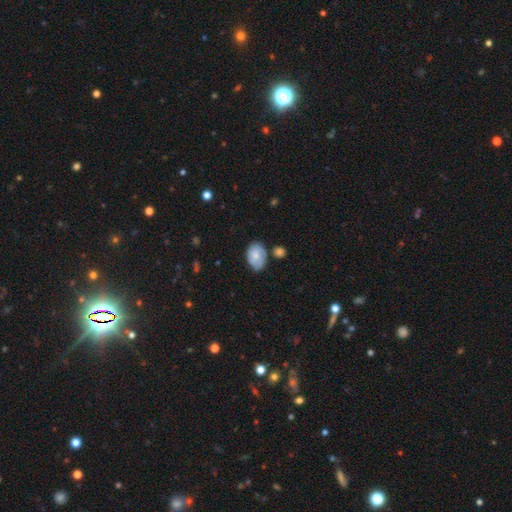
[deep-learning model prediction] Smooth or featured: smooth — 63% (featured or disk — 29%)
How rounded: in between — 83% (round — 16%)
Merging: none — 54% (minor disturbance — 30%)